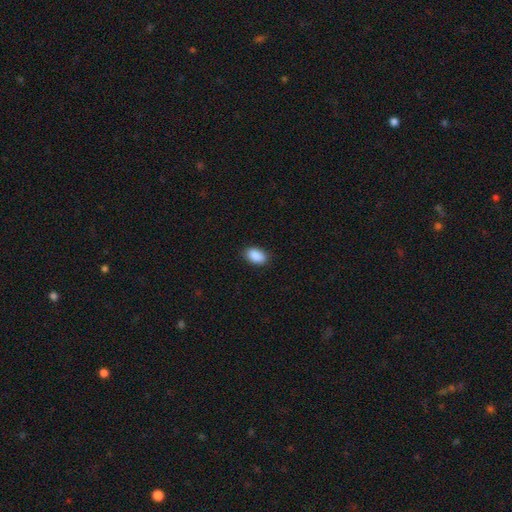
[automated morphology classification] Smooth or featured?
  - smooth: 90% *
  - star or artifact: 7%
  - featured or disk: 3%
How rounded?
  - in between: 91% *
  - round: 7%
  - cigar-shaped: 2%
Merging?
  - none: 88% *
  - minor disturbance: 9%
  - major disturbance: 2%
  - merger: 1%